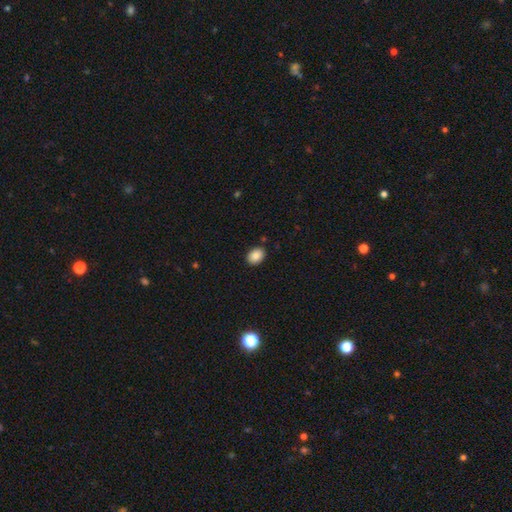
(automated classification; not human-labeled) Q: Smooth or featured?
A: smooth (87%); runner-up: star or artifact (8%)
Q: How rounded?
A: in between (67%); runner-up: round (32%)
Q: Merging?
A: none (89%); runner-up: minor disturbance (8%)